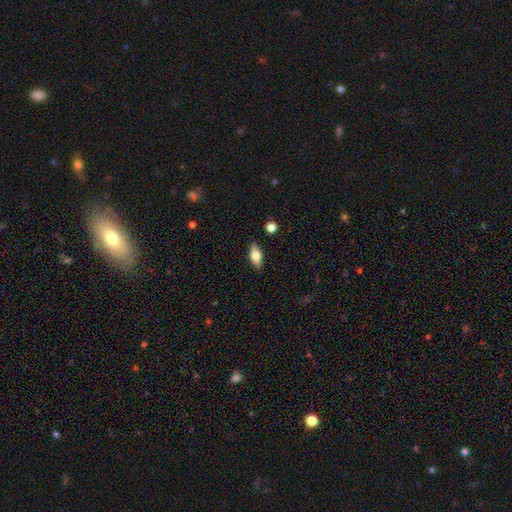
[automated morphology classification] smooth-or-featured: smooth: 71% | featured or disk: 22% | star or artifact: 7%
  how-rounded: in between: 84% | cigar-shaped: 13% | round: 4%
  merging: none: 87% | minor disturbance: 10% | major disturbance: 2% | merger: 2%